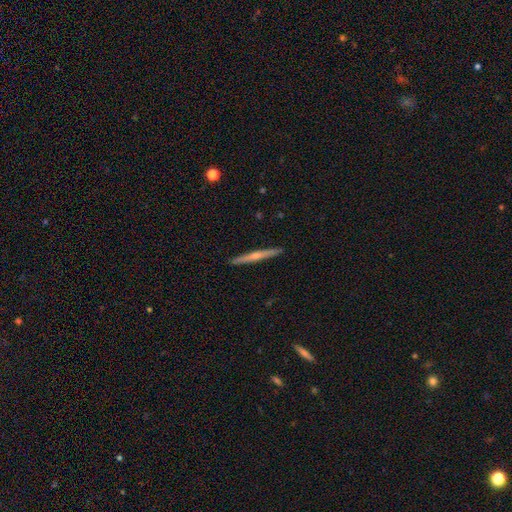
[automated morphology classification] Smooth or featured: featured or disk — 65% (smooth — 24%)
Edge-on disk: yes — 95% (no — 5%)
Edge-on bulge: rounded — 71% (none — 21%)
Merging: none — 89% (minor disturbance — 7%)